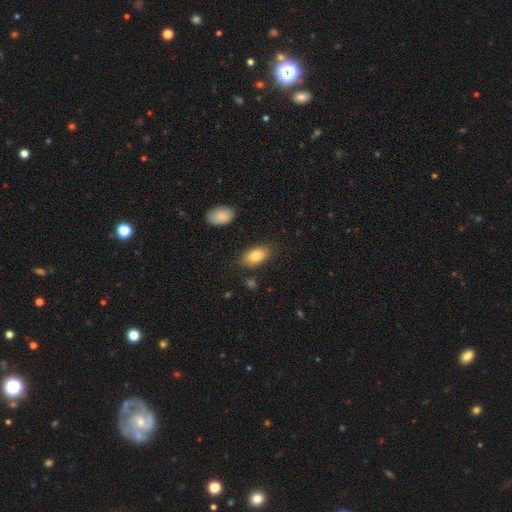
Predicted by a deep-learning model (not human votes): Smooth or featured?
  - smooth: 82% *
  - featured or disk: 11%
  - star or artifact: 7%
How rounded?
  - in between: 91% *
  - round: 7%
  - cigar-shaped: 2%
Merging?
  - none: 83% *
  - minor disturbance: 12%
  - major disturbance: 3%
  - merger: 2%